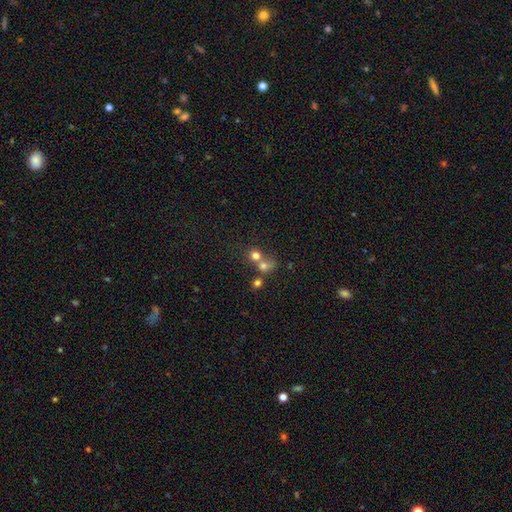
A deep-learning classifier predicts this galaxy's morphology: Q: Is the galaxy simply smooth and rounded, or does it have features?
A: smooth — 70%.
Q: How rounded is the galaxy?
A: round — 83%.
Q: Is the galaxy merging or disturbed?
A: merger — 52%.